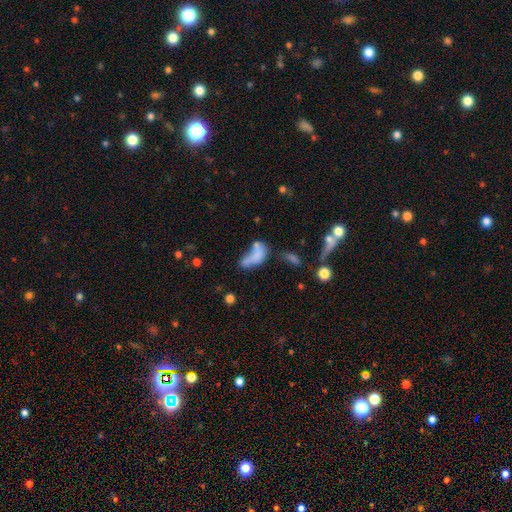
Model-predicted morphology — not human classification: smooth-or-featured: smooth: 61% | featured or disk: 26% | star or artifact: 13%
  how-rounded: in between: 80% | cigar-shaped: 13% | round: 7%
  merging: merger: 42% | major disturbance: 25% | none: 19% | minor disturbance: 14%